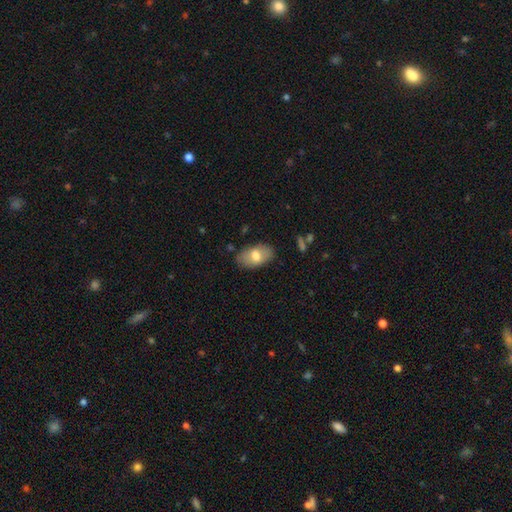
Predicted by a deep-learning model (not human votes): This is likely a smooth galaxy (70%). How rounded: clearly in between (93%). Merging: clearly none (81%).